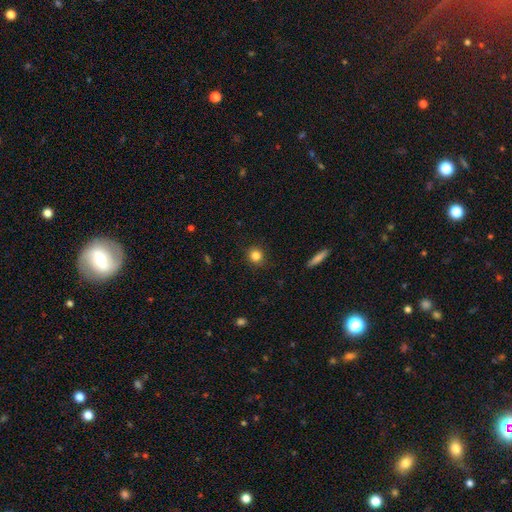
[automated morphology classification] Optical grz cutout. It shows a smooth galaxy with no disk features (83%) that is round (90%). Merging: none (90%).